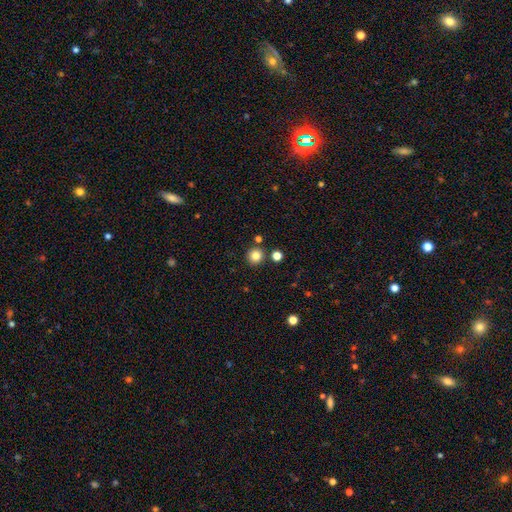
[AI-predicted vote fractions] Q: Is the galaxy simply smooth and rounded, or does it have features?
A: smooth — 82%.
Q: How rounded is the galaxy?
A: round — 93%.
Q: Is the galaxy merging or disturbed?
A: none — 86%.